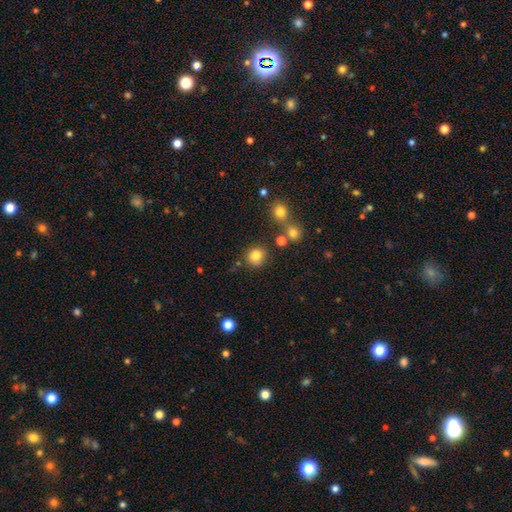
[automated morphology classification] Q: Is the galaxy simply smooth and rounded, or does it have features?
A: smooth — 82%.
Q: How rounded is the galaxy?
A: round — 87%.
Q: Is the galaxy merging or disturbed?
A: none — 77%.